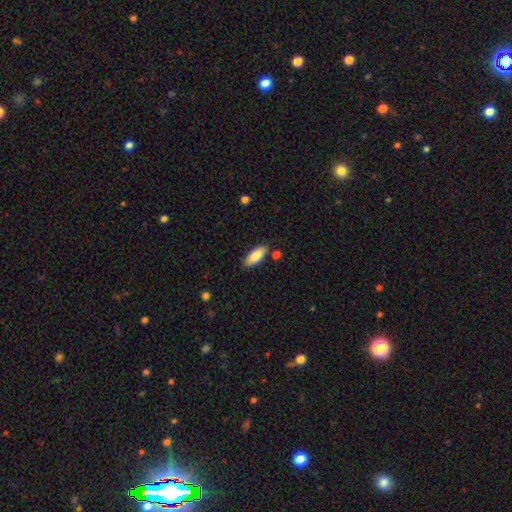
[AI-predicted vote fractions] Smooth or featured: smooth — 80% (featured or disk — 13%)
How rounded: in between — 84% (cigar-shaped — 14%)
Merging: none — 83% (minor disturbance — 11%)